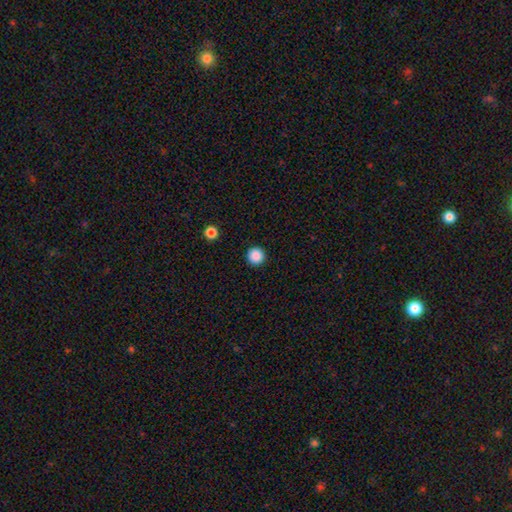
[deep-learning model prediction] A smooth galaxy with no disk features (88%) that is round (96%). Merging: none (93%).